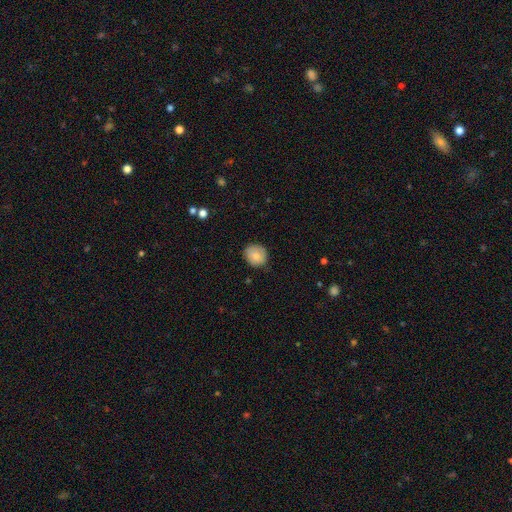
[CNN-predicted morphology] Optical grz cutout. It shows a smooth galaxy with no disk features (81%) that is round (82%). Merging: none (80%).